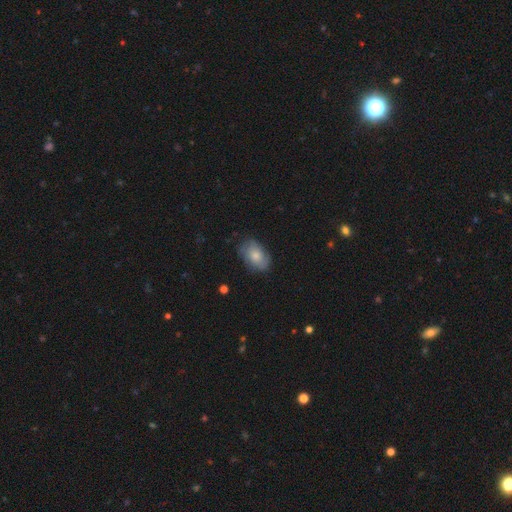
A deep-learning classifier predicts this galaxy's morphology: Q: Smooth or featured?
A: smooth (72%); runner-up: featured or disk (22%)
Q: How rounded?
A: in between (86%); runner-up: round (13%)
Q: Merging?
A: none (72%); runner-up: minor disturbance (22%)